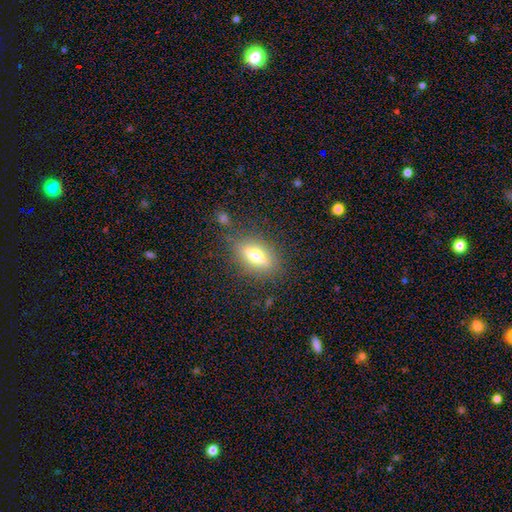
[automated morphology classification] A featured or disk galaxy (45%, tied with smooth).

Vote fractions:
- Smooth or featured? featured or disk: 45% (tied) / smooth: 45% (tied) / star or artifact: 10%
- Merging? none: 83% / minor disturbance: 10% / major disturbance: 5% / merger: 2%